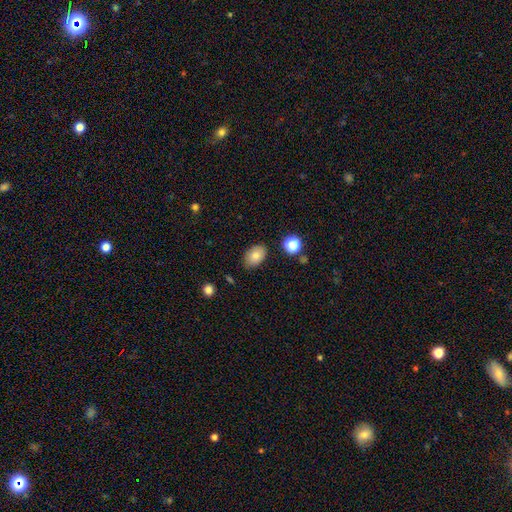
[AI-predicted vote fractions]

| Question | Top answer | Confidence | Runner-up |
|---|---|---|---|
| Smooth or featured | smooth | 81% | featured or disk (10%) |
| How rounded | in between | 85% | round (14%) |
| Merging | none | 82% | minor disturbance (13%) |